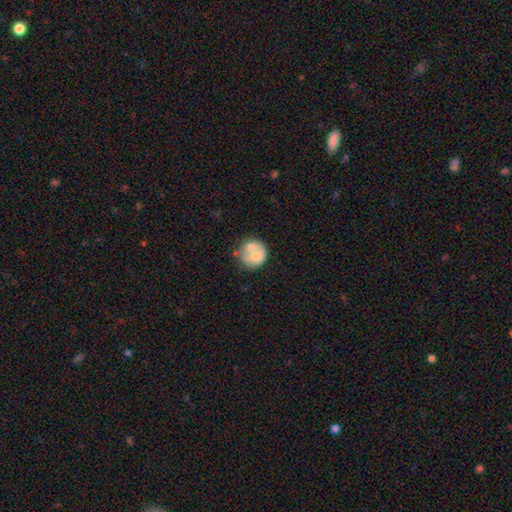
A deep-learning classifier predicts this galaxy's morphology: The model was most divided on "merging": merger: 42%, none: 35%, minor disturbance: 15%, major disturbance: 8%. More confident: how rounded — round (79%); smooth or featured — smooth (61%).